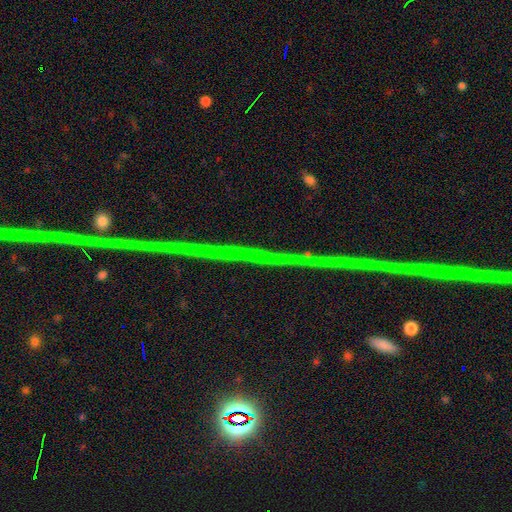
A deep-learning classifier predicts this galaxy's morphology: type=star or artifact (87%).